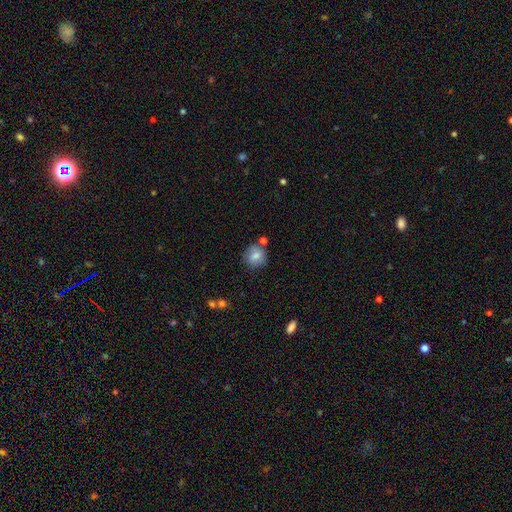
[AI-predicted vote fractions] Smooth or featured: smooth — 77% (featured or disk — 14%)
How rounded: round — 81% (in between — 18%)
Merging: none — 70% (minor disturbance — 16%)